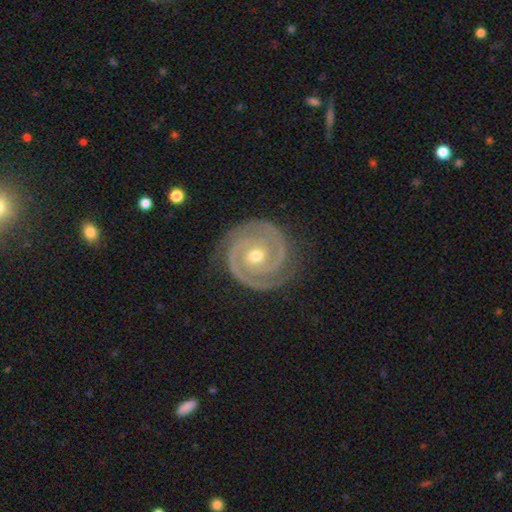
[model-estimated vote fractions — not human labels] Smooth or featured? featured or disk (93%)
Edge-on disk? no (98%)
Bar? no (67%)
Spiral arms? yes (99%)
Spiral winding? tight (82%)
Spiral arm count? 2 (87%)
Bulge size? moderate (58%)
Merging? none (86%)